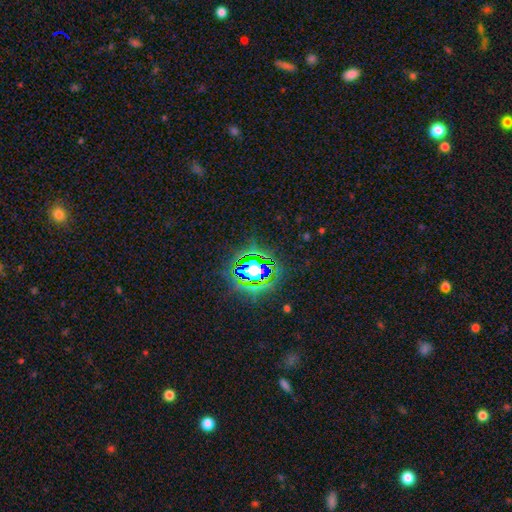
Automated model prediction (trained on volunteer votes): Smooth or featured?
  - star or artifact: 80% *
  - smooth: 12%
  - featured or disk: 8%